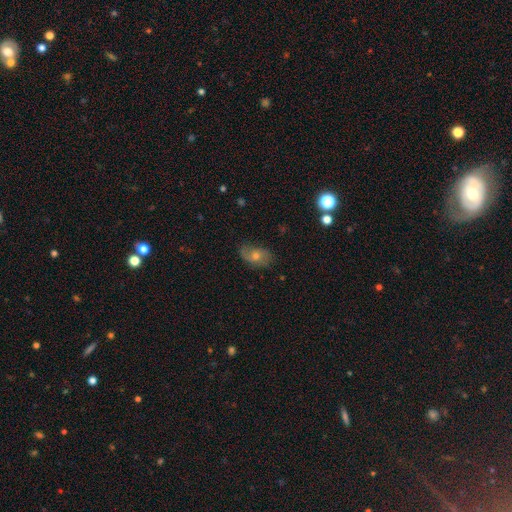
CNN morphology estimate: smooth-or-featured: smooth: 44% | featured or disk: 40% | star or artifact: 16%
  merging: none: 71% | minor disturbance: 21% | major disturbance: 6% | merger: 2%